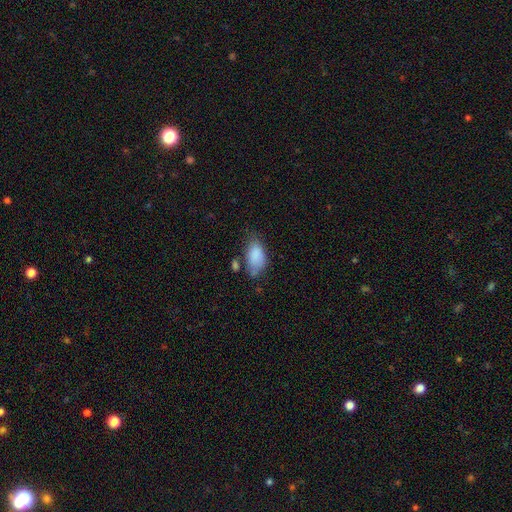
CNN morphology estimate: Overall: smooth (83%). How rounded: in between (93%). Merging: none (46%; minor disturbance 33%).